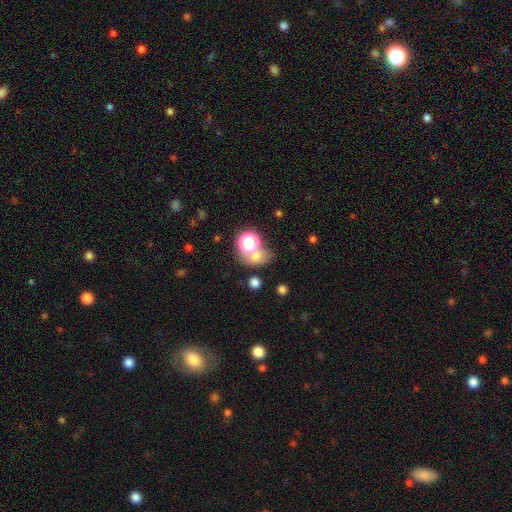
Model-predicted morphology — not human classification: Smooth or featured?
  - smooth: 60% *
  - star or artifact: 29%
  - featured or disk: 11%
How rounded?
  - round: 62% *
  - in between: 36%
  - cigar-shaped: 2%
Merging?
  - none: 51% *
  - merger: 29%
  - minor disturbance: 12%
  - major disturbance: 8%